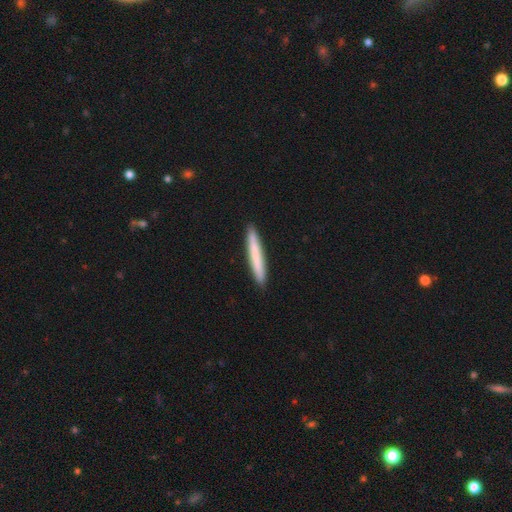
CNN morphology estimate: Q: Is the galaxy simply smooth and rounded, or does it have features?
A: smooth — 74%.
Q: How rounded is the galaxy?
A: cigar-shaped — 96%.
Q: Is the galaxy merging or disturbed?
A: none — 92%.